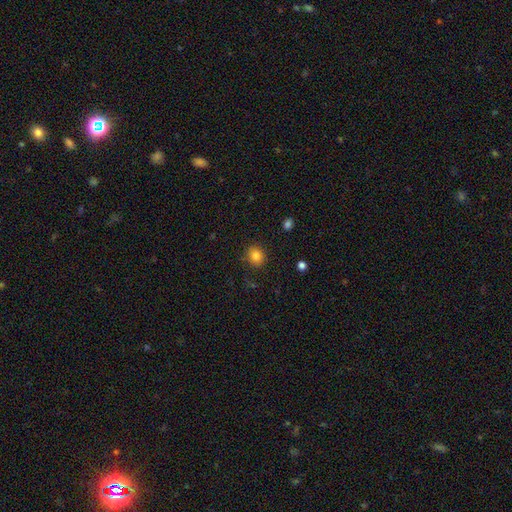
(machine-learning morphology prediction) smooth 83%, star or artifact 11%, featured or disk 5%. Down the decision tree: how rounded — round (73%); merging — none (85%).